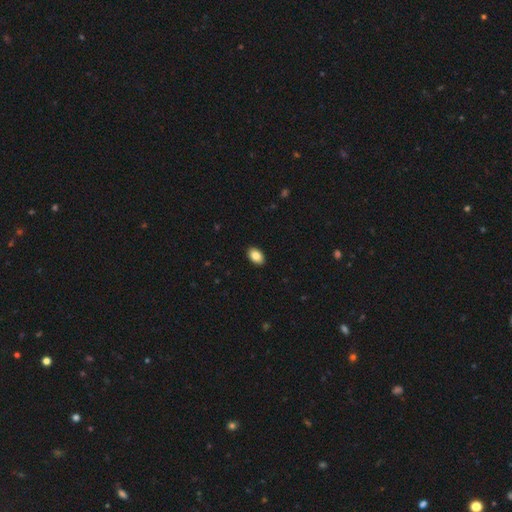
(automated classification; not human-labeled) This appears to be a smooth galaxy with no disk features (85%) that is in between round and cigar-shaped (88%). Merging: none (91%).